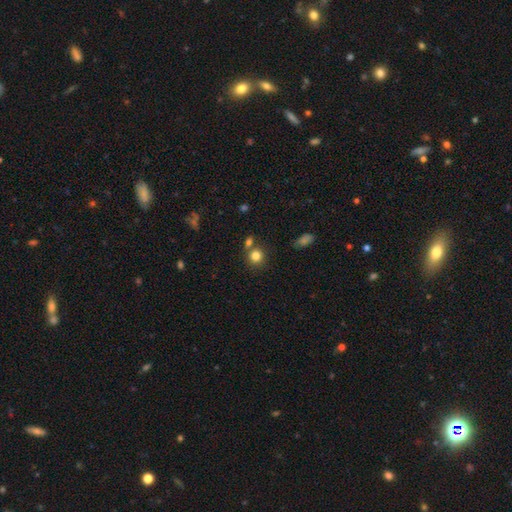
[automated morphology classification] Smooth or featured: smooth — 82% (star or artifact — 12%)
How rounded: round — 87% (in between — 12%)
Merging: none — 70% (merger — 17%)